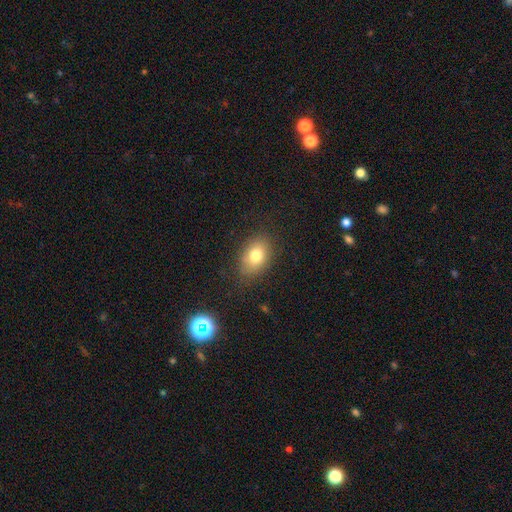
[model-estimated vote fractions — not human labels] Smooth or featured: smooth — 77% (featured or disk — 12%)
How rounded: in between — 77% (round — 22%)
Merging: none — 80% (minor disturbance — 14%)